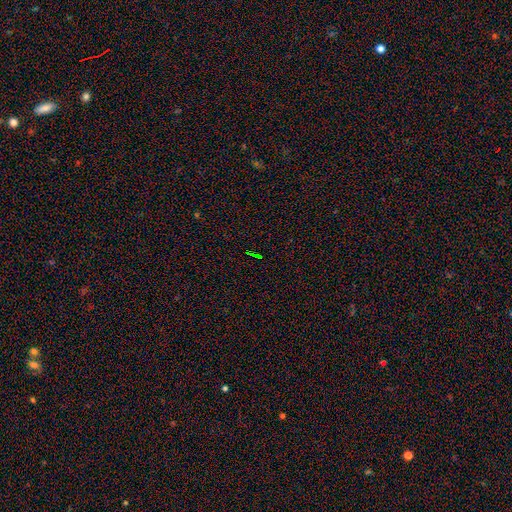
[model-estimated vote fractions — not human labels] This appears to be a star or artifact, not a galaxy (76%).